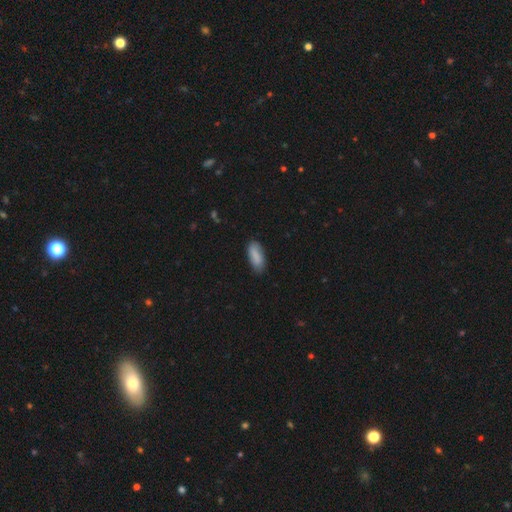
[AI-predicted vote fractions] Smooth or featured: smooth — 87% (featured or disk — 7%)
How rounded: in between — 81% (cigar-shaped — 17%)
Merging: none — 80% (minor disturbance — 16%)